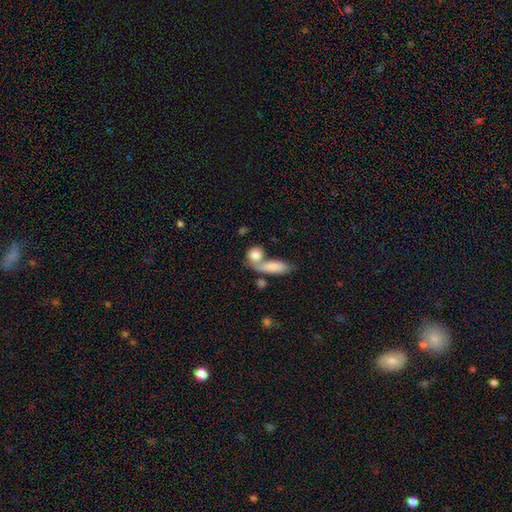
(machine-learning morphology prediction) smooth 82%, featured or disk 11%, star or artifact 7%. Down the decision tree: how rounded — round (51%); merging — merger (45%).